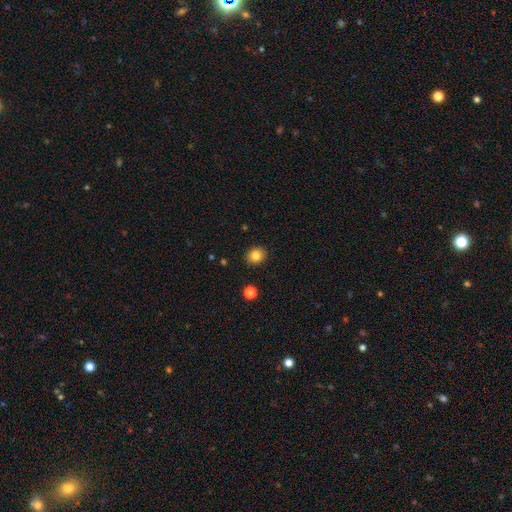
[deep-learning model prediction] The model was most divided on "how rounded": round: 73%, in between: 27%, cigar-shaped: 1%. More confident: merging — none (90%); smooth or featured — smooth (84%).